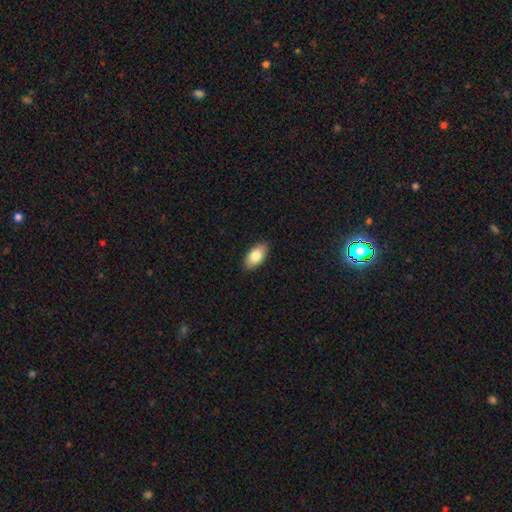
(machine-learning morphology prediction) Q: Smooth or featured?
A: smooth (82%); runner-up: featured or disk (11%)
Q: How rounded?
A: in between (93%); runner-up: cigar-shaped (4%)
Q: Merging?
A: none (89%); runner-up: minor disturbance (9%)